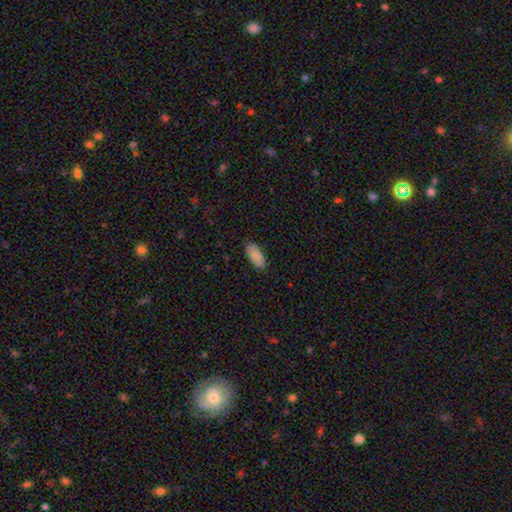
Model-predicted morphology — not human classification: smooth_or_featured: smooth (p=0.89) [alt: star or artifact p=0.06]
how_rounded: in between (p=0.89) [alt: cigar-shaped p=0.09]
merging: none (p=0.87) [alt: minor disturbance p=0.10]